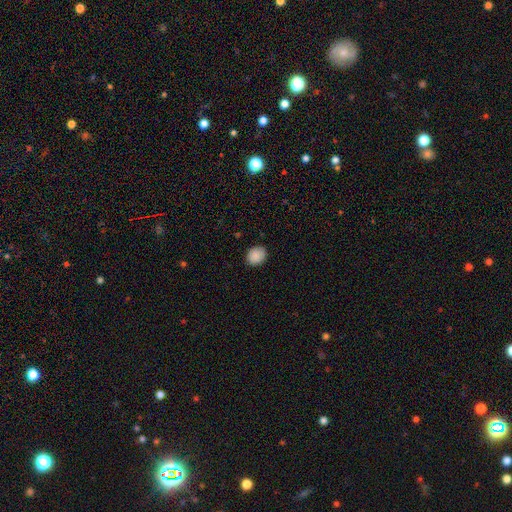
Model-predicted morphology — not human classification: type=smooth (89%); roundness=round (55%); merging=none (87%).